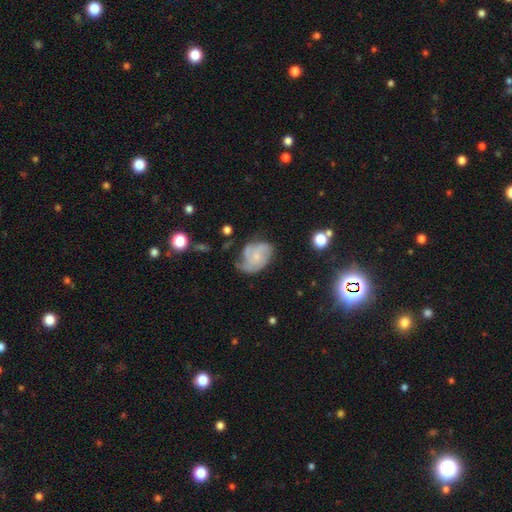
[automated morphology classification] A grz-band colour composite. It shows a featured or disk galaxy (69%) with no bar (67%), 3 (29%) medium (42%) spiral arms (88%) and a small central bulge (55%). Merging: none (49%).